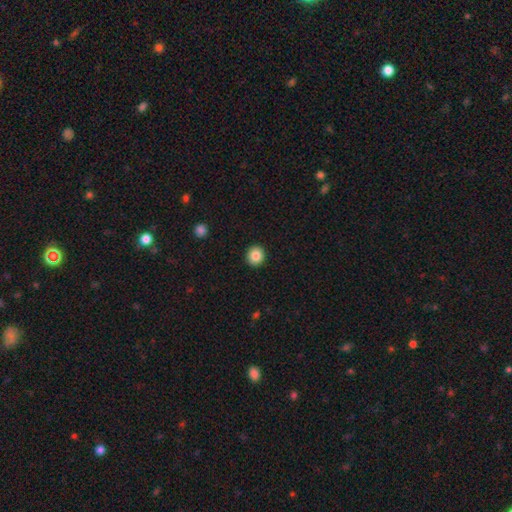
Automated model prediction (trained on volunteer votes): Smooth or featured?
  - smooth: 86% *
  - star or artifact: 9%
  - featured or disk: 5%
How rounded?
  - round: 87% *
  - in between: 12%
  - cigar-shaped: 1%
Merging?
  - none: 93% *
  - minor disturbance: 5%
  - major disturbance: 2%
  - merger: 1%